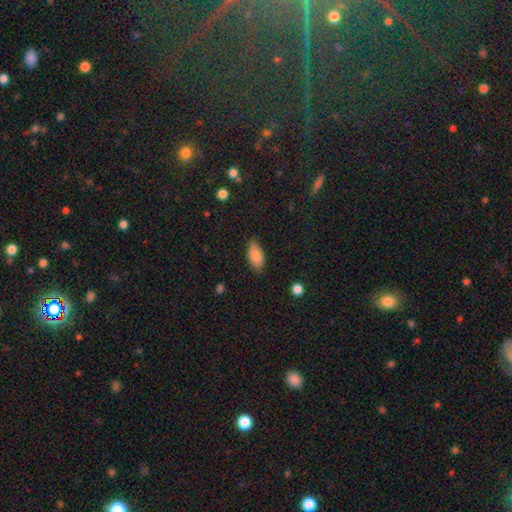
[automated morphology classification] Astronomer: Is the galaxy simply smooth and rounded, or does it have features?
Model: smooth — 85%.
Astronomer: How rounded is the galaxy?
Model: in between — 91%.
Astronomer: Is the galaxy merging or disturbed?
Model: none — 79%.